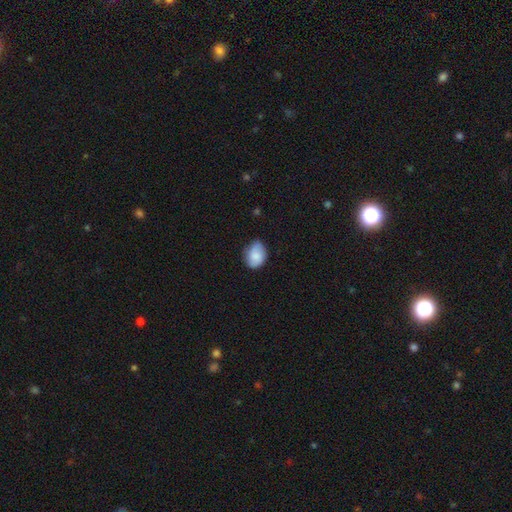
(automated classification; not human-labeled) The model was most divided on "how rounded": in between: 63%, round: 36%, cigar-shaped: 1%. More confident: smooth or featured — smooth (76%); merging — none (65%).